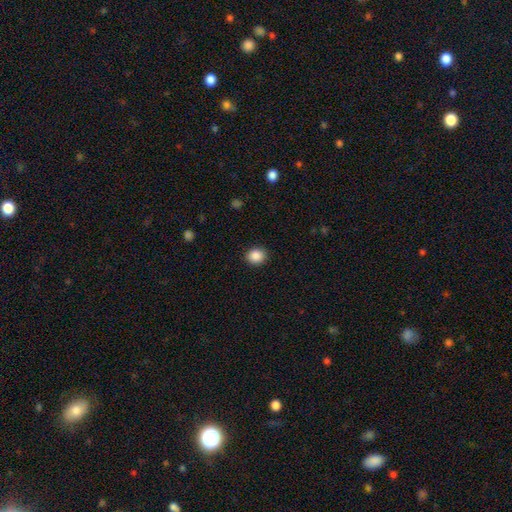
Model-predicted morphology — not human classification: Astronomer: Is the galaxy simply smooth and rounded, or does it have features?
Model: smooth — 88%.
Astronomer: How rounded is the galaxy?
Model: round — 72%.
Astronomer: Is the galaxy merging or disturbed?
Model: none — 90%.